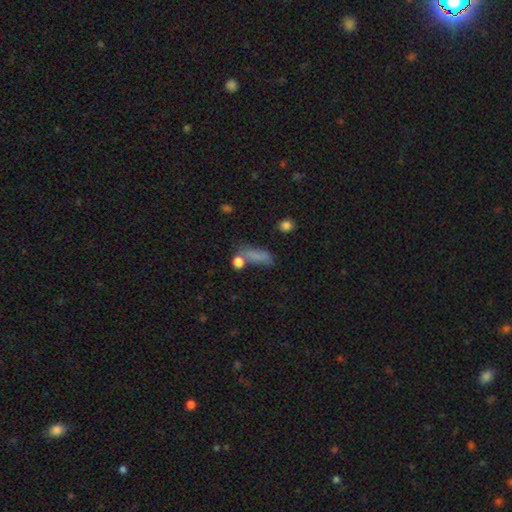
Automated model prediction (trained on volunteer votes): smooth 68%, star or artifact 17%, featured or disk 14%. Down the decision tree: how rounded — in between (51%); merging — none (46%).